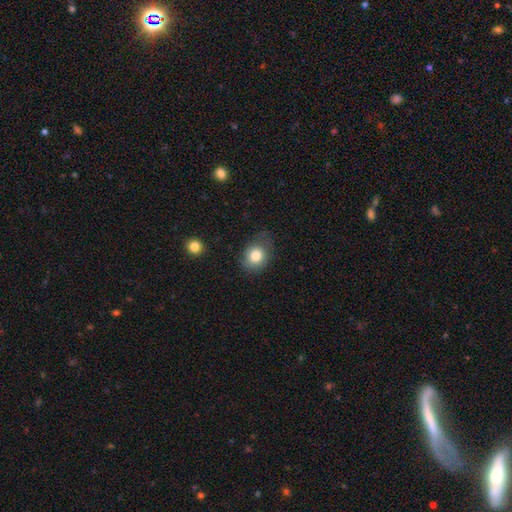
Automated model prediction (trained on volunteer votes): Smooth or featured? smooth (81%)
How rounded? round (53%)
Merging? none (63%)